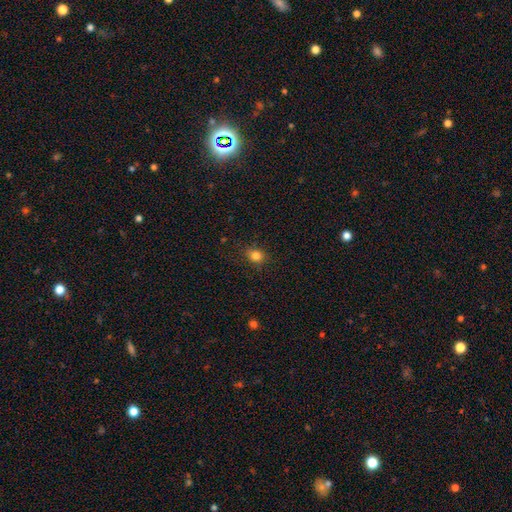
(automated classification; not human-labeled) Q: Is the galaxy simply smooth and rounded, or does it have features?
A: smooth — 82%.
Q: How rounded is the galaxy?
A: round — 66%.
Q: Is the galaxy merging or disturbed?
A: none — 84%.